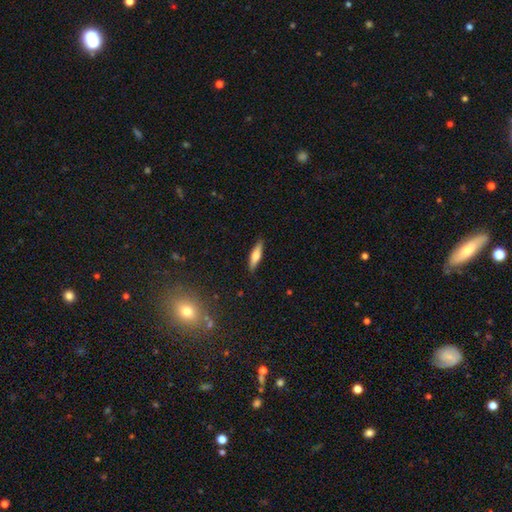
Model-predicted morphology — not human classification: Smooth or featured? smooth (62%)
How rounded? cigar-shaped (69%)
Merging? none (88%)